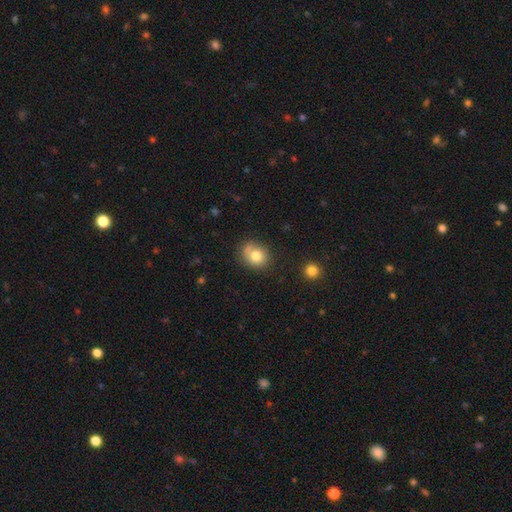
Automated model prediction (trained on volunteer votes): smooth 78%, featured or disk 12%, star or artifact 10%. Down the decision tree: how rounded — round (65%); merging — none (63%).